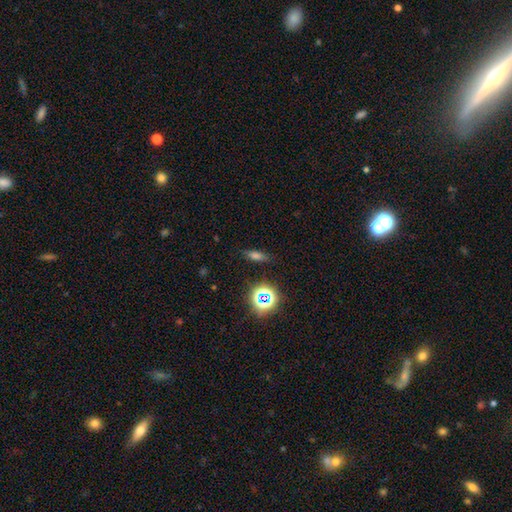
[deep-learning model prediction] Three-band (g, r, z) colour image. It shows a smooth galaxy with no disk features (62%) that is in between round and cigar-shaped (51%). Merging: none (82%).